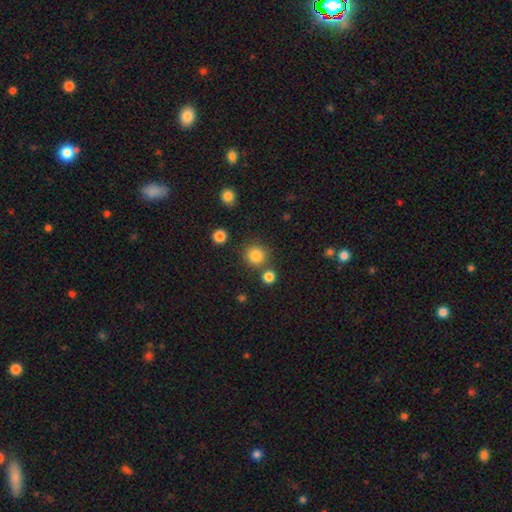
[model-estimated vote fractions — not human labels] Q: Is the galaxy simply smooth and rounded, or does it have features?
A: smooth — 83%.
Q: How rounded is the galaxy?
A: round — 92%.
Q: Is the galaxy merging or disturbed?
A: none — 78%.